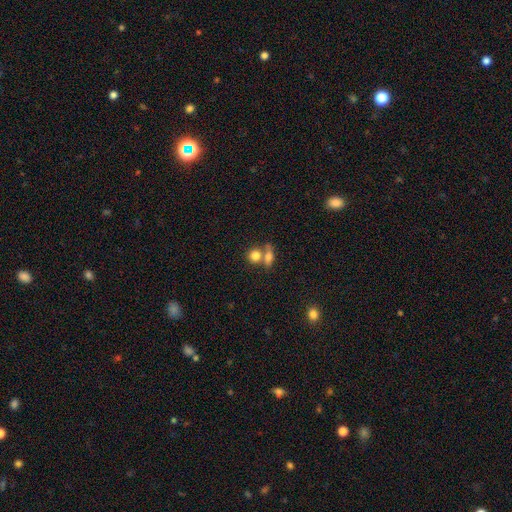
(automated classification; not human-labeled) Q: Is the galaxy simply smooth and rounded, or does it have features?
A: smooth — 80%.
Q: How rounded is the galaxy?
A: round — 68%.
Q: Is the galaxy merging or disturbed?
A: merger — 48%.